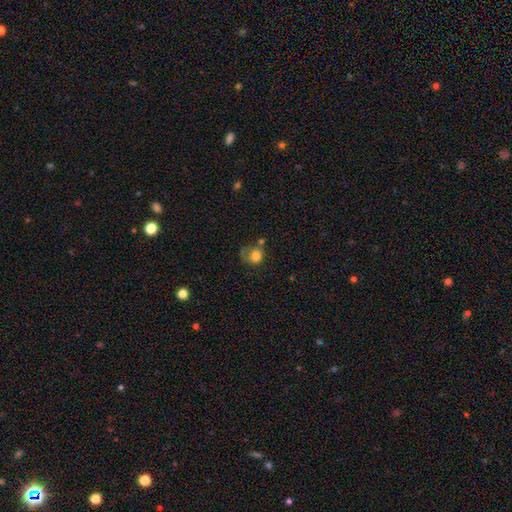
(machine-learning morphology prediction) A smooth galaxy with no disk features (76%) that is round (76%). Merging: none (39%).